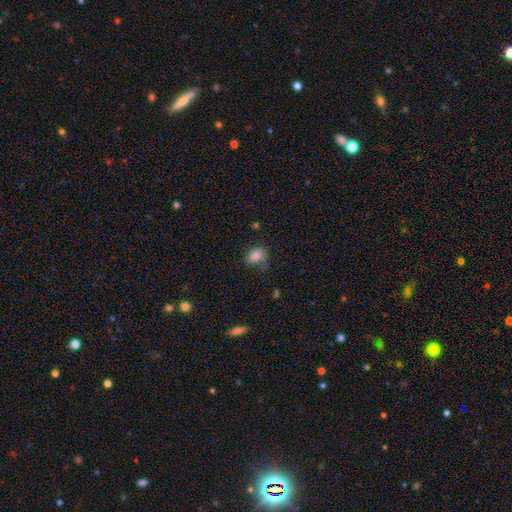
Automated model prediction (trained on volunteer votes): A smooth galaxy with no disk features (84%) that is in between round and cigar-shaped (64%). Merging: none (60%).